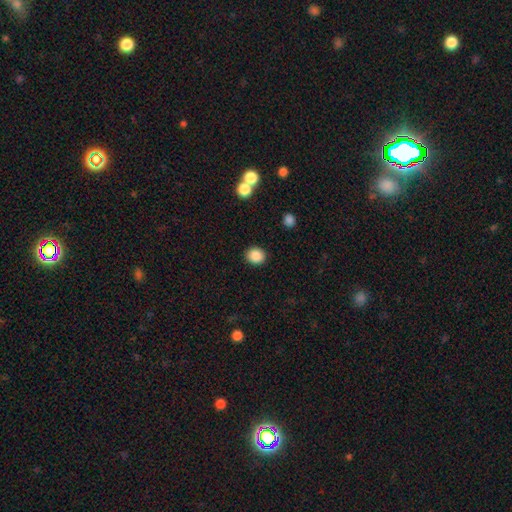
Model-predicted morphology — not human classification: Smooth or featured: smooth — 87% (star or artifact — 9%)
How rounded: round — 76% (in between — 23%)
Merging: none — 90% (minor disturbance — 6%)